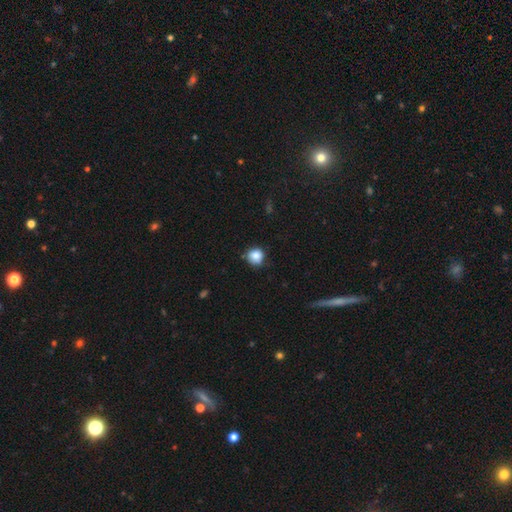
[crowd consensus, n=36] Overall: smooth (94%). How rounded: round (97%). Merging: none (79%).